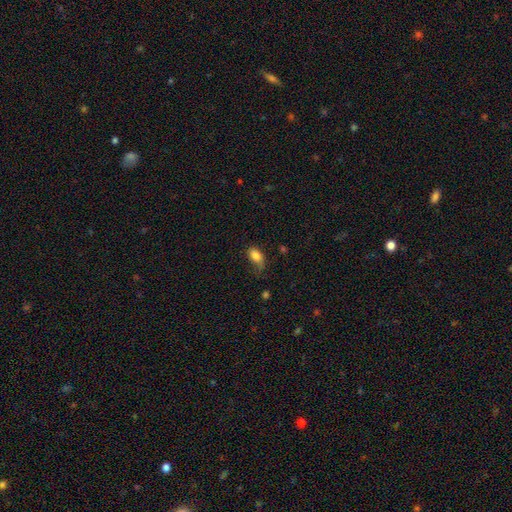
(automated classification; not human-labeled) Morphology: type=smooth (82%); roundness=in between (87%); merging=none (46%).